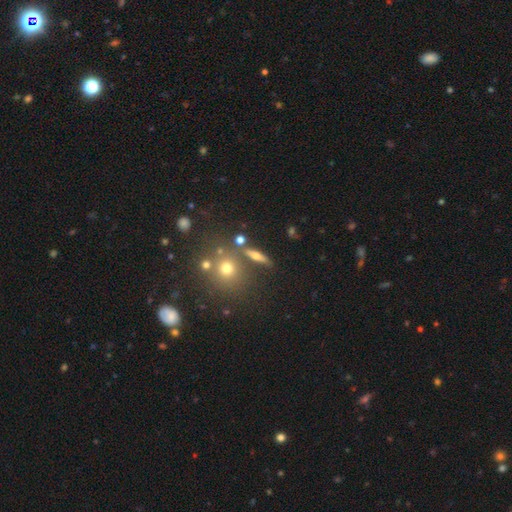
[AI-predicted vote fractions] This appears to be a smooth galaxy with no disk features (46%). Merging: none (77%).